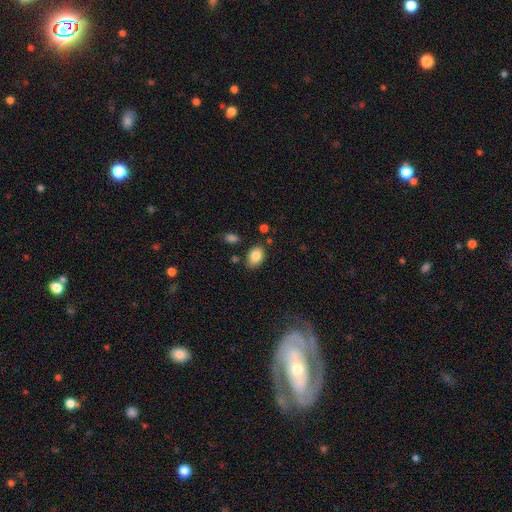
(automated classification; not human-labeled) smooth_or_featured: smooth (p=0.85) [alt: star or artifact p=0.08]
how_rounded: in between (p=0.82) [alt: round p=0.17]
merging: none (p=0.77) [alt: minor disturbance p=0.15]